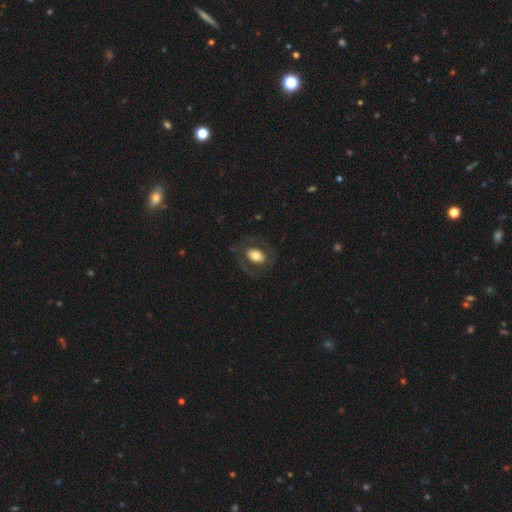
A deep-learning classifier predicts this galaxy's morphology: This appears to be a smooth galaxy with no disk features (56%) that is in between round and cigar-shaped (75%). Merging: none (74%).